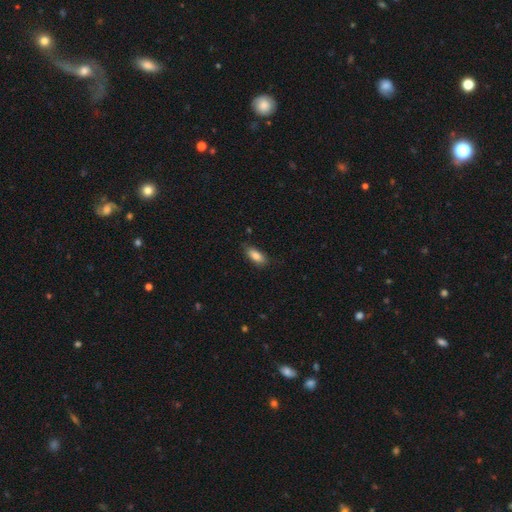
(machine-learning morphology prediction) smooth-or-featured: smooth: 84% | featured or disk: 8% | star or artifact: 7%
  how-rounded: in between: 84% | cigar-shaped: 14% | round: 3%
  merging: none: 80% | minor disturbance: 16% | major disturbance: 3% | merger: 1%